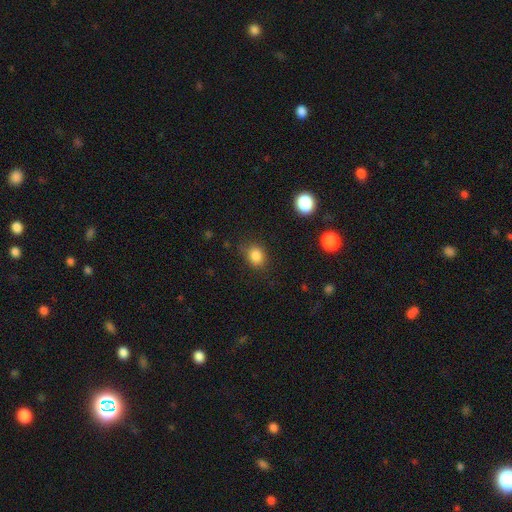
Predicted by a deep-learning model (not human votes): Smooth or featured: smooth — 84% (star or artifact — 11%)
How rounded: round — 59% (in between — 40%)
Merging: none — 77% (minor disturbance — 17%)